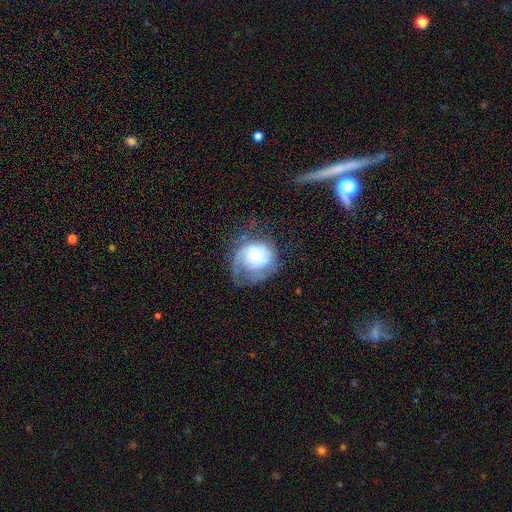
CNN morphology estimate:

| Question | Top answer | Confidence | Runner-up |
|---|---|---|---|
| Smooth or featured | featured or disk | 57% | smooth (35%) |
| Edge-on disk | no | 98% | yes (2%) |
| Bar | no | 77% | weak (19%) |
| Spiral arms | yes | 78% | no (22%) |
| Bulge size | small | 42% | moderate (28%) |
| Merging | none | 39% | major disturbance (33%) |